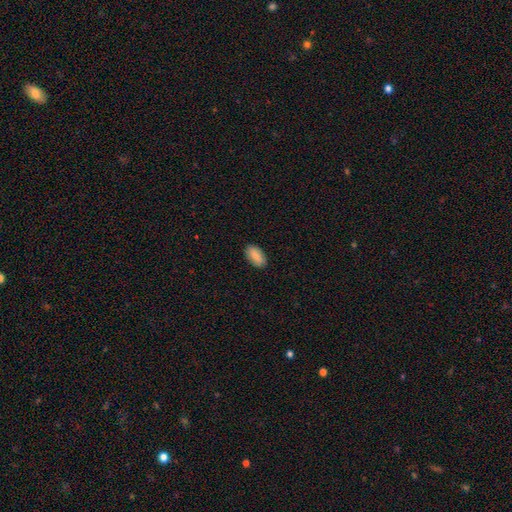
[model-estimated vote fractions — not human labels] Smooth or featured? smooth (82%)
How rounded? in between (93%)
Merging? none (88%)